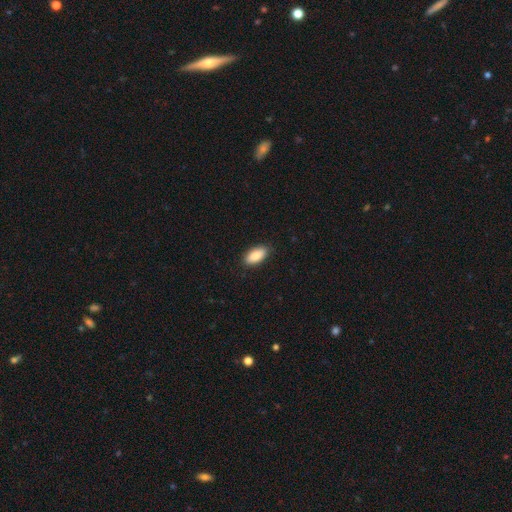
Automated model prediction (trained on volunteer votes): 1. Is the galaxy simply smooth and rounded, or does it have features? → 87% smooth, 7% featured or disk, 6% star or artifact.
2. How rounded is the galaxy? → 91% in between, 7% cigar-shaped, 2% round.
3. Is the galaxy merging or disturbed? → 88% none, 9% minor disturbance, 2% major disturbance, 1% merger.